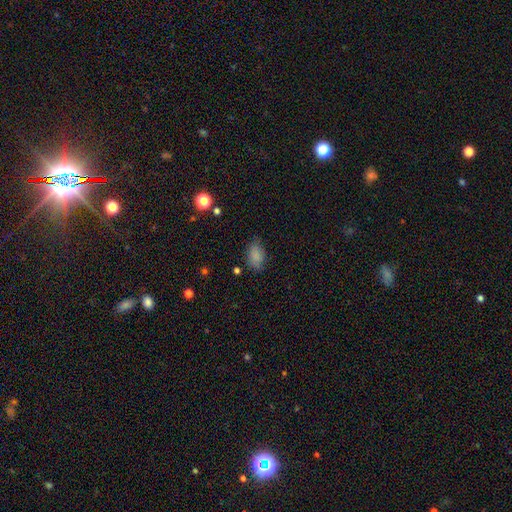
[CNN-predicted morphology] smooth-or-featured: smooth: 84% | star or artifact: 9% | featured or disk: 6%
  how-rounded: in between: 88% | round: 10% | cigar-shaped: 2%
  merging: none: 74% | minor disturbance: 20% | major disturbance: 5% | merger: 2%